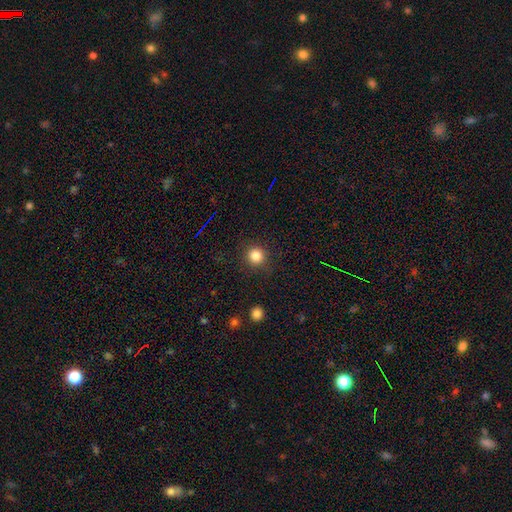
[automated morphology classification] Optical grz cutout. It shows a smooth galaxy with no disk features (83%) that is round (93%). Merging: none (89%).